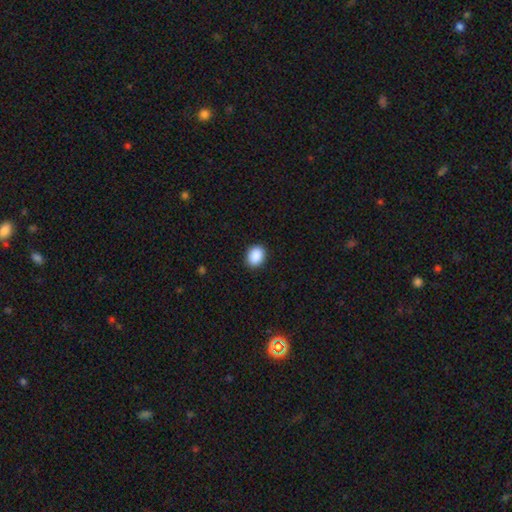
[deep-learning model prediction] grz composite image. It shows a smooth galaxy with no disk features (90%) that is in between round and cigar-shaped (61%). Merging: none (90%).